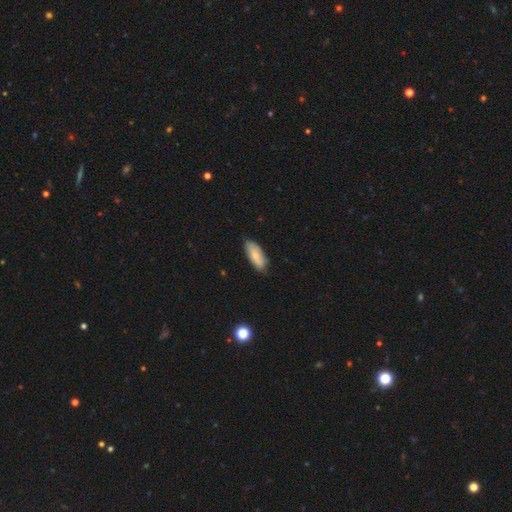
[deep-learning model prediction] This appears to be a smooth galaxy with no disk features (76%) that is in between round and cigar-shaped (78%). Merging: none (76%).